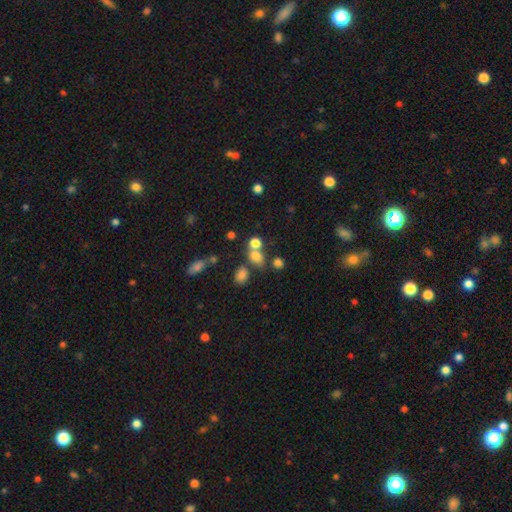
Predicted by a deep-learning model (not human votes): Smooth or featured? Predicted: smooth (p=0.72). How rounded? Predicted: round (p=0.56). Merging? Predicted: none (p=0.50).